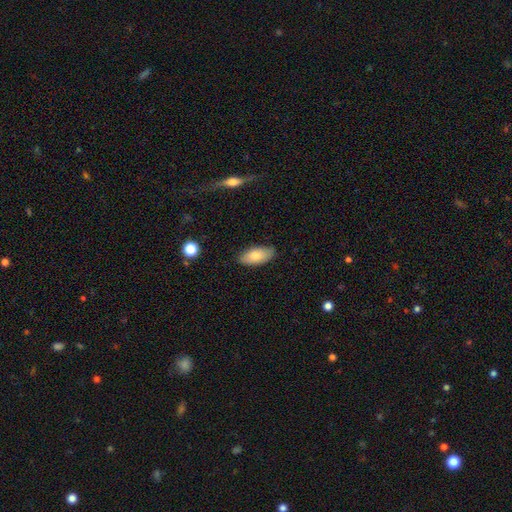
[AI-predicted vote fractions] The model was most divided on "merging": none: 82%, minor disturbance: 15%, major disturbance: 2%, merger: 1%. More confident: how rounded — in between (91%); smooth or featured — smooth (81%).